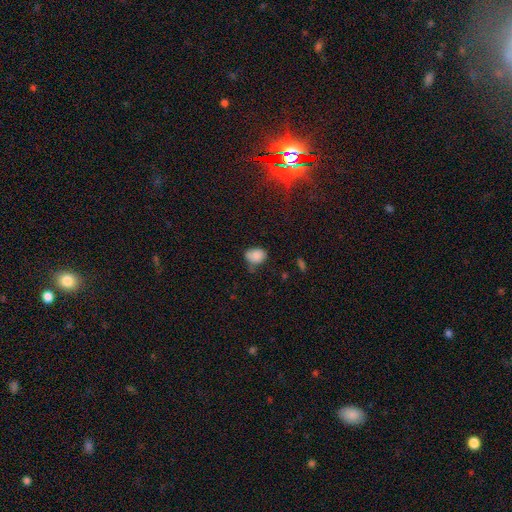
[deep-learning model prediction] smooth-or-featured: smooth: 83% | star or artifact: 10% | featured or disk: 7%
  how-rounded: in between: 59% | round: 40% | cigar-shaped: 1%
  merging: none: 49% | minor disturbance: 36% | major disturbance: 9% | merger: 6%